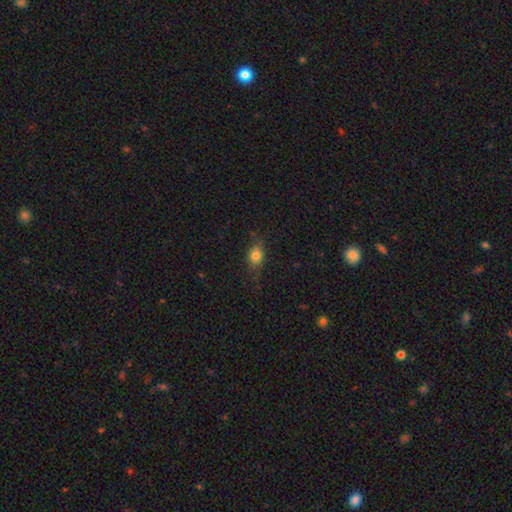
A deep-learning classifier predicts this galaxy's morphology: Smooth or featured?
  - smooth: 79% *
  - star or artifact: 11%
  - featured or disk: 10%
How rounded?
  - in between: 67% *
  - round: 29%
  - cigar-shaped: 4%
Merging?
  - none: 72% *
  - minor disturbance: 21%
  - major disturbance: 6%
  - merger: 1%